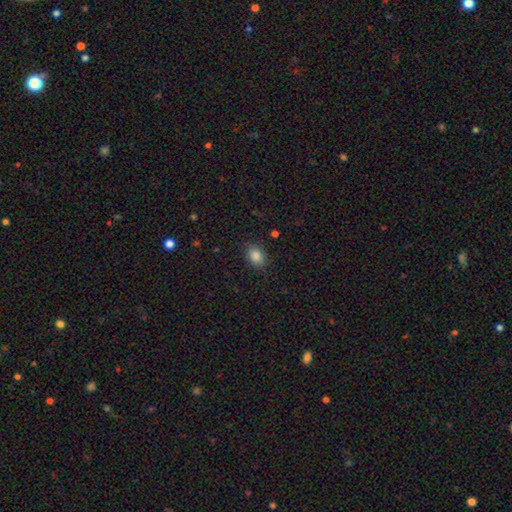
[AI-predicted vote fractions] A smooth galaxy with no disk features (85%) that is in between round and cigar-shaped (68%).

Vote fractions:
- Smooth or featured? smooth: 85% / star or artifact: 9% / featured or disk: 5%
- How rounded? in between: 68% / round: 31% / cigar-shaped: 1%
- Merging? none: 82% / minor disturbance: 14% / major disturbance: 3% / merger: 1%